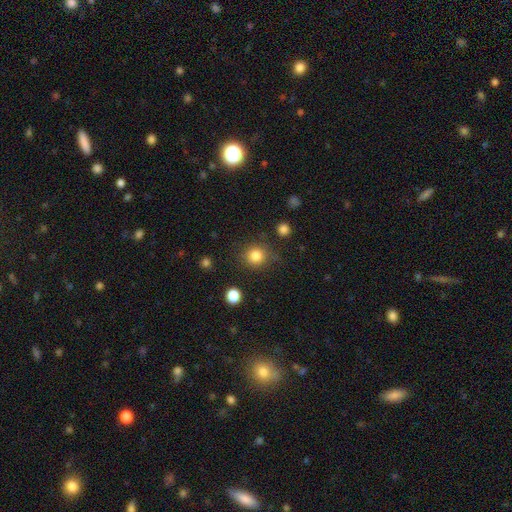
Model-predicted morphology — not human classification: Smooth or featured? Predicted: smooth (p=0.83). How rounded? Predicted: round (p=0.90). Merging? Predicted: none (p=0.81).